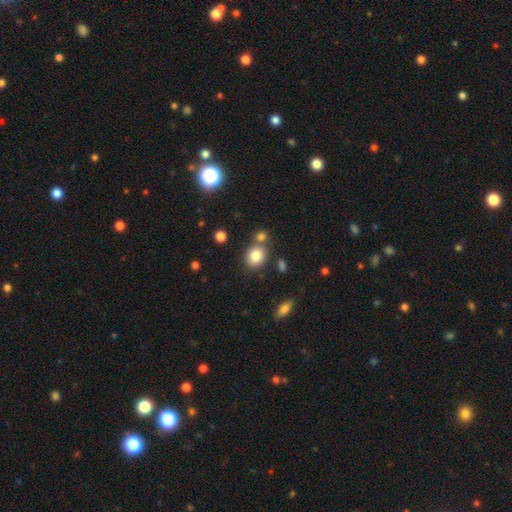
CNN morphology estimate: A smooth galaxy with no disk features (83%) that is round (58%).

Vote fractions:
- Smooth or featured? smooth: 83% / star or artifact: 10% / featured or disk: 7%
- How rounded? round: 58% / in between: 41% / cigar-shaped: 1%
- Merging? none: 67% / merger: 20% / minor disturbance: 10% / major disturbance: 3%